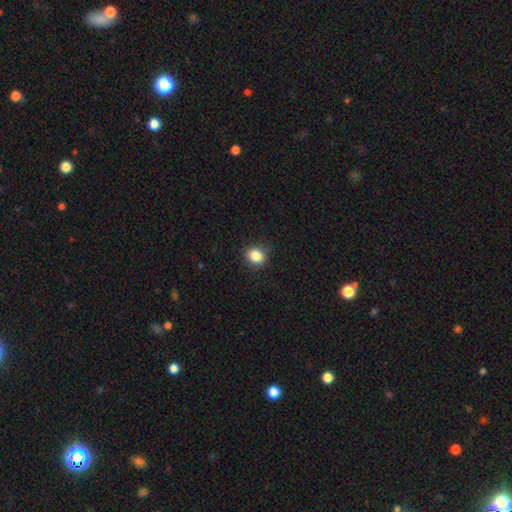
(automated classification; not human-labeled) Smooth or featured? Predicted: smooth (p=0.85). How rounded? Predicted: round (p=0.75). Merging? Predicted: none (p=0.84).